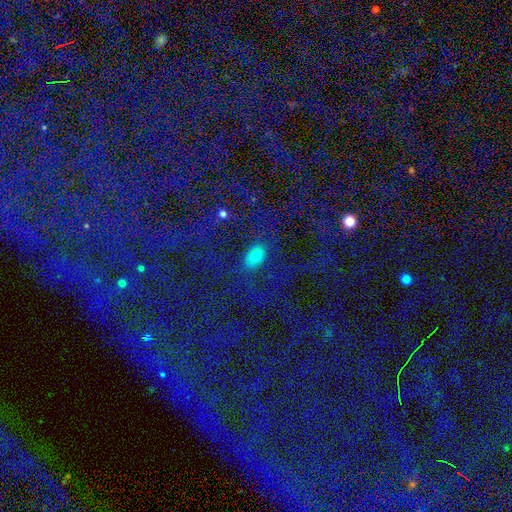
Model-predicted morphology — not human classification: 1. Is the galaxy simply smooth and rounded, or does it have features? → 43% star or artifact (tied), 43% smooth (tied), 14% featured or disk.